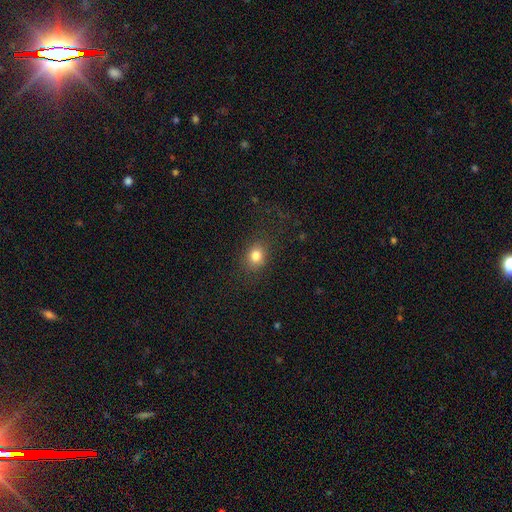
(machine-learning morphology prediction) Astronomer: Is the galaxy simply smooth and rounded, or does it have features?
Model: smooth — 81%.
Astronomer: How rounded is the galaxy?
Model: round — 61% (runner-up: in between, 38%).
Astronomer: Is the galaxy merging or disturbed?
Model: none — 84%.